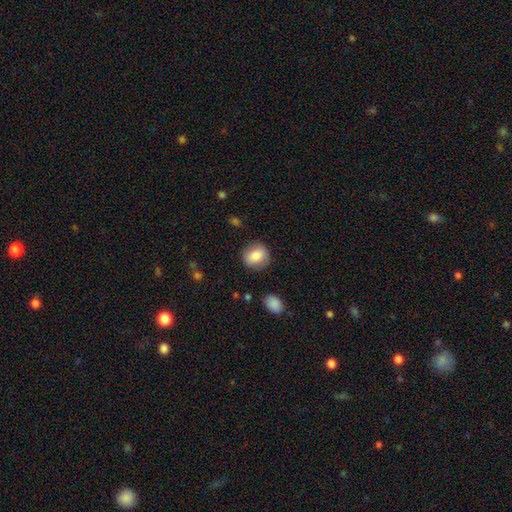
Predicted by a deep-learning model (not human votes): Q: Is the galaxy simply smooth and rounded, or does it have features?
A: smooth — 79%.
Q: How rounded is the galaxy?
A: round — 75%.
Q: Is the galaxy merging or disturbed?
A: none — 85%.